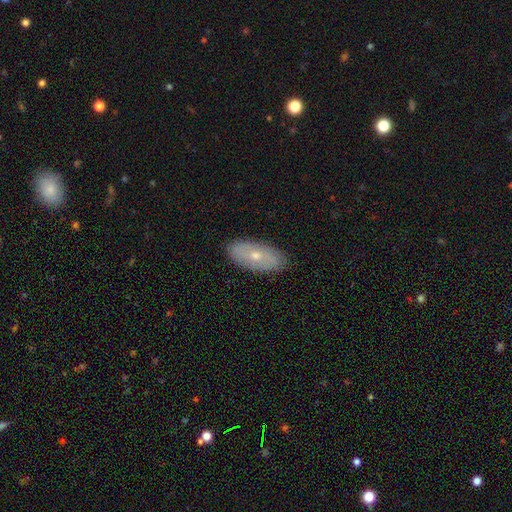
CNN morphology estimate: A smooth galaxy with no disk features (52%) that is in between round and cigar-shaped (88%). Merging: none (87%).